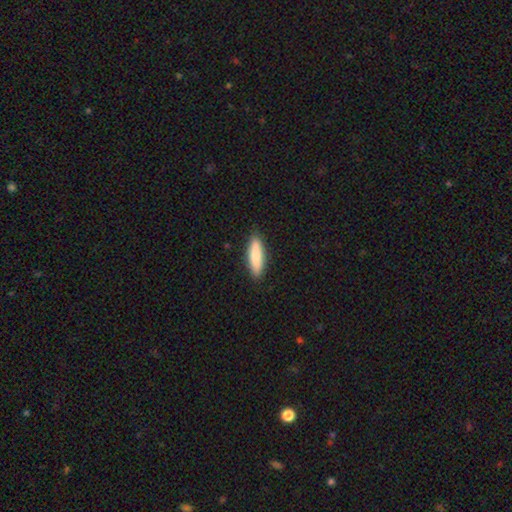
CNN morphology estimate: type=smooth (84%); roundness=cigar-shaped (61%); merging=none (88%).